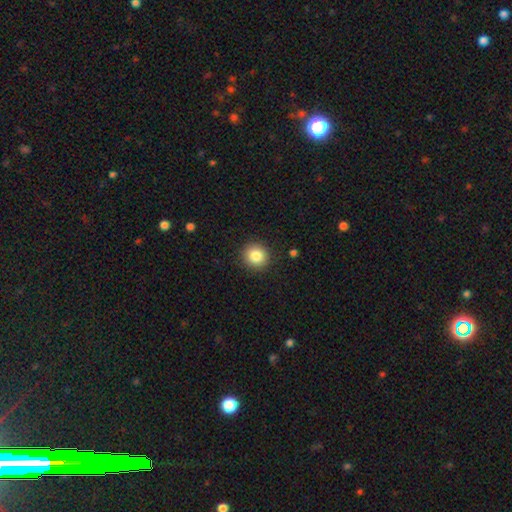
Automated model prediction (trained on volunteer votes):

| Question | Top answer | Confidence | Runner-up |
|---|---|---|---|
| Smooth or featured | smooth | 85% | star or artifact (9%) |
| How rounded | round | 93% | in between (6%) |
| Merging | none | 90% | minor disturbance (6%) |